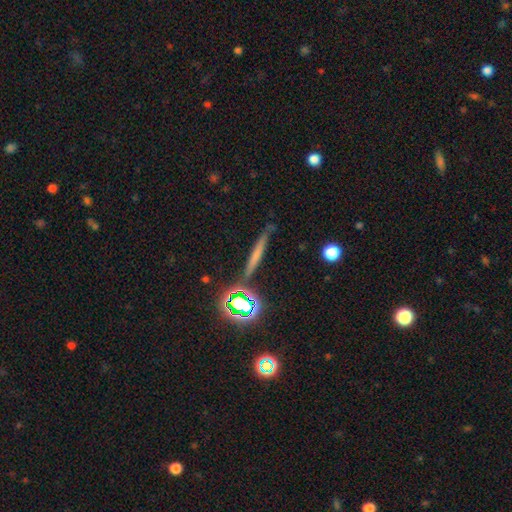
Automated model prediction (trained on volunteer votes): Smooth or featured?
  - smooth: 52% *
  - featured or disk: 30%
  - star or artifact: 18%
How rounded?
  - cigar-shaped: 89% *
  - round: 6%
  - in between: 5%
Merging?
  - none: 81% *
  - minor disturbance: 11%
  - merger: 4%
  - major disturbance: 3%